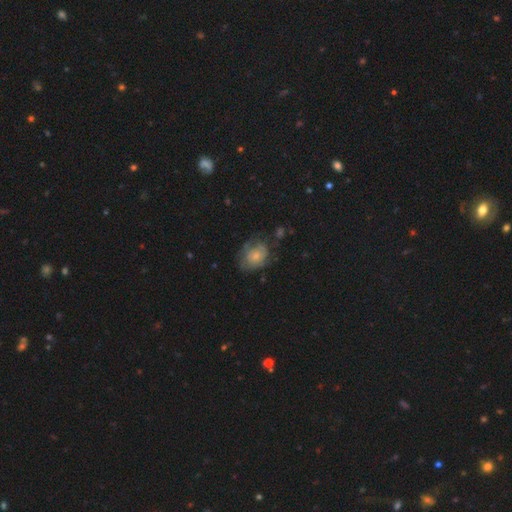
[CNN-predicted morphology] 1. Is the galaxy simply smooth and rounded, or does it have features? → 50% smooth, 42% featured or disk, 8% star or artifact.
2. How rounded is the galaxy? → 57% in between, 42% round, 1% cigar-shaped.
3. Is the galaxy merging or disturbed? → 48% none, 28% minor disturbance, 21% major disturbance, 3% merger.